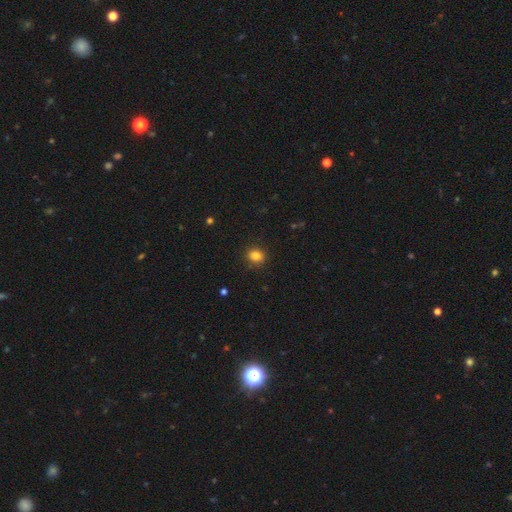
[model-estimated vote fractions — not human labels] The model was most divided on "how rounded": round: 65%, in between: 34%, cigar-shaped: 1%. More confident: merging — none (89%); smooth or featured — smooth (84%).